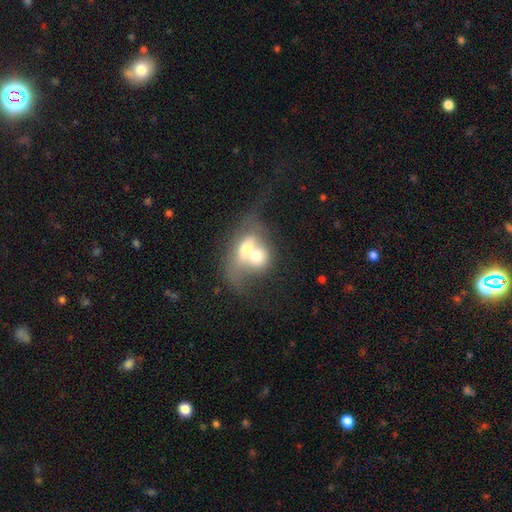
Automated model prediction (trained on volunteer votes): A smooth galaxy with no disk features (54%) that is in between round and cigar-shaped (60%). Merging: merger (78%).